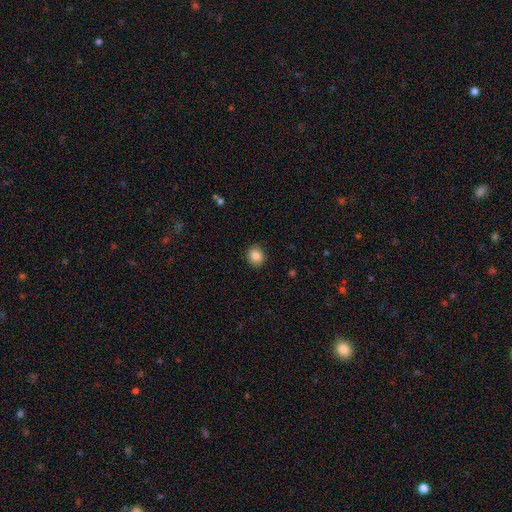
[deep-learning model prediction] This appears to be a smooth galaxy with no disk features (86%) that is round (83%). Merging: none (89%).